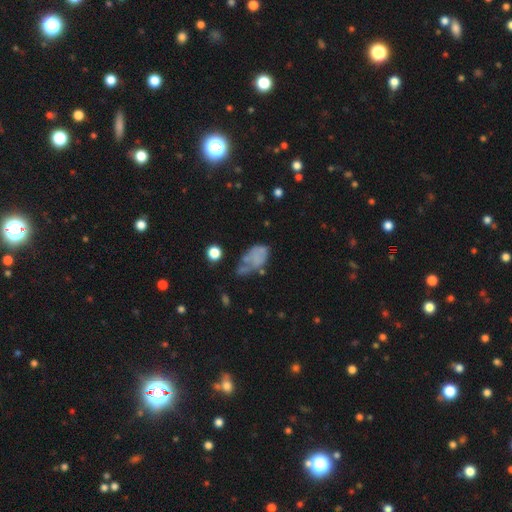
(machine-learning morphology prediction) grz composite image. It shows a smooth galaxy with no disk features (52%) that is in between round and cigar-shaped (87%). Merging: major disturbance (32%).